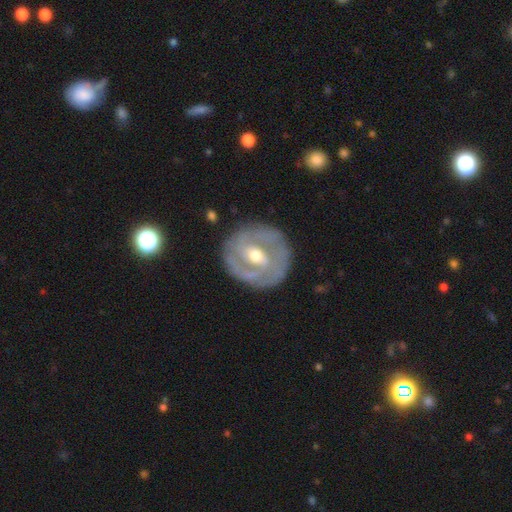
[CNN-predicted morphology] type=featured or disk (79%); edge-on=no (96%); bar=weak (47%); spiral arms=yes (75%); winding=tight (63%); arm count=2 (47%); bulge=moderate (70%); merging=none (80%).